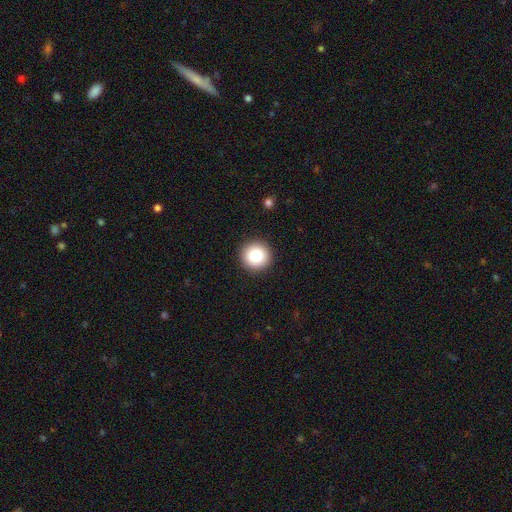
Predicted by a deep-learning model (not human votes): smooth_or_featured: smooth (p=0.83) [alt: star or artifact p=0.09]
how_rounded: round (p=0.95) [alt: in between p=0.04]
merging: none (p=0.92) [alt: minor disturbance p=0.05]